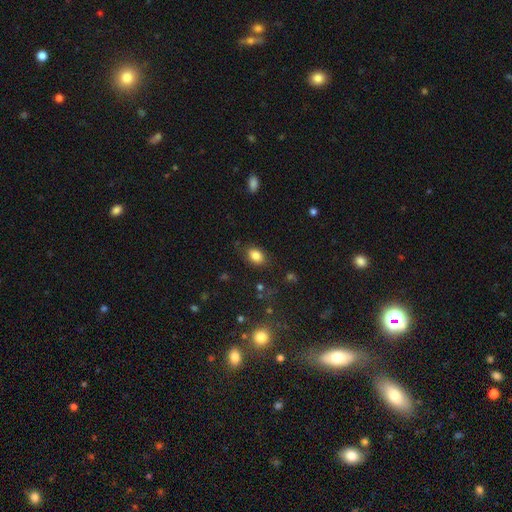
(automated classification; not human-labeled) smooth 84%, star or artifact 10%, featured or disk 7%. Down the decision tree: how rounded — in between (81%); merging — none (81%).